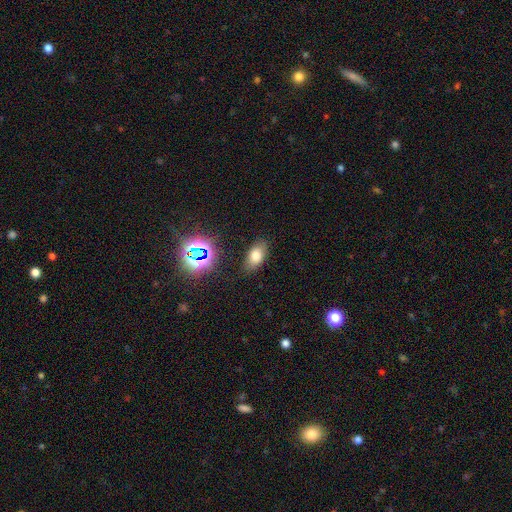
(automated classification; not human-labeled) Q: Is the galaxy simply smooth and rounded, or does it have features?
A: smooth — 72%.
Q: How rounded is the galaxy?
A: in between — 89%.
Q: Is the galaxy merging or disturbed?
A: none — 82%.